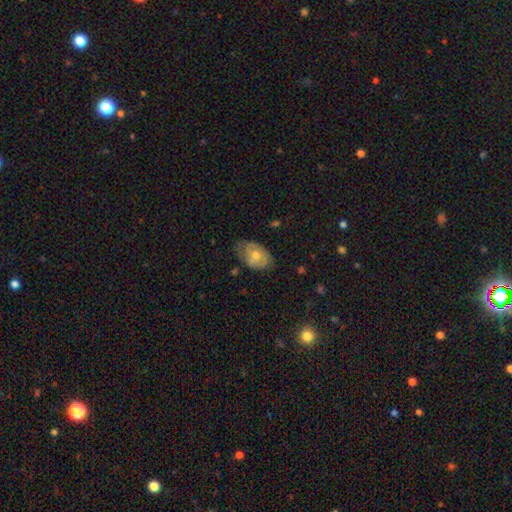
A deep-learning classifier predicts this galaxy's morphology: This appears to be a smooth galaxy with no disk features (52%) that is in between round and cigar-shaped (85%). Merging: none (61%).